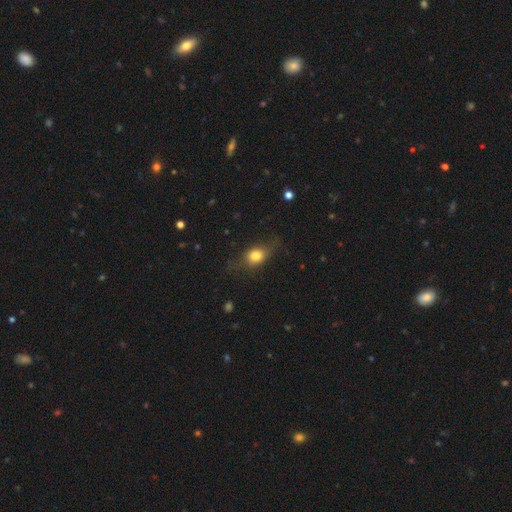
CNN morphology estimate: A smooth galaxy with no disk features (72%) that is in between round and cigar-shaped (51%).

Vote fractions:
- Smooth or featured? smooth: 72% / featured or disk: 18% / star or artifact: 10%
- How rounded? in between: 51% / round: 45% / cigar-shaped: 5%
- Merging? none: 62% / minor disturbance: 24% / major disturbance: 12% / merger: 2%